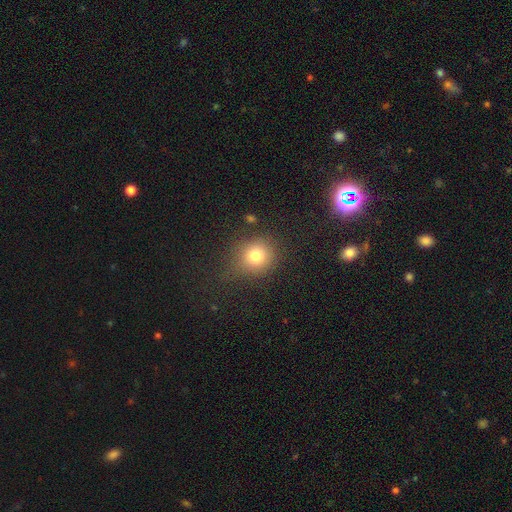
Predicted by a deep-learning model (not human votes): Smooth or featured? Predicted: smooth (p=0.78). How rounded? Predicted: round (p=0.85). Merging? Predicted: none (p=0.73).